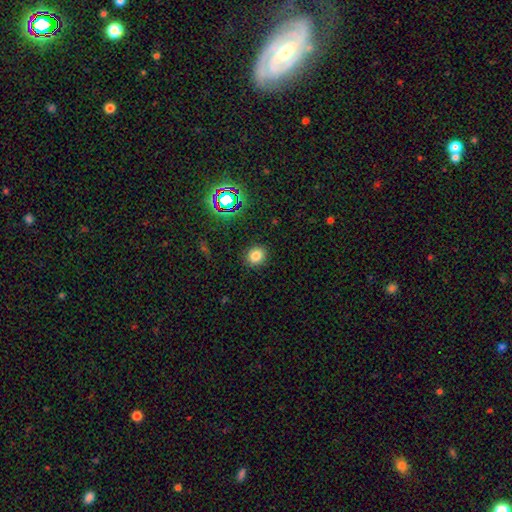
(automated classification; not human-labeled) Morphology: type=smooth (78%); roundness=round (71%); merging=none (89%).